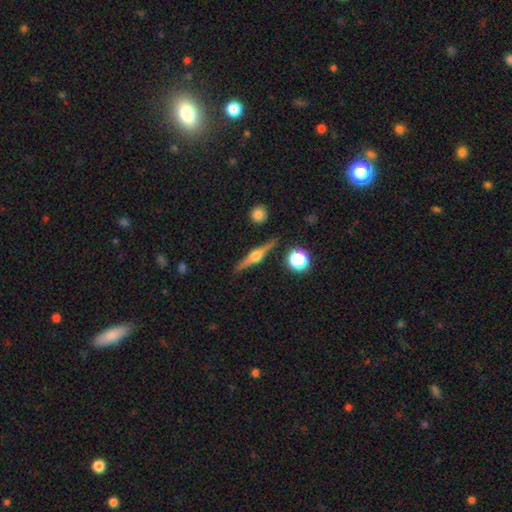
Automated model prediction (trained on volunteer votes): A featured or disk galaxy (79%) viewed edge-on (98%) with a rounded central bulge (94%). Merging: none (89%).